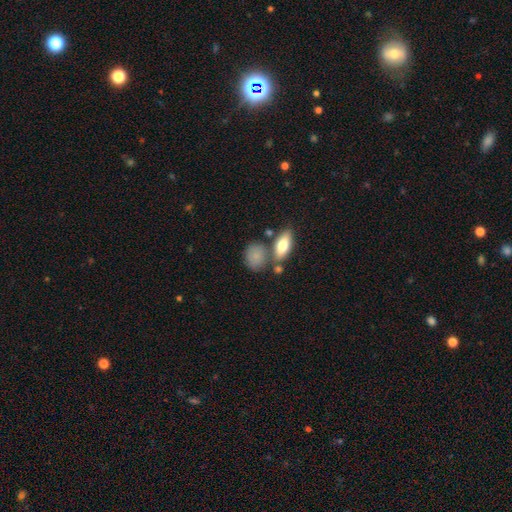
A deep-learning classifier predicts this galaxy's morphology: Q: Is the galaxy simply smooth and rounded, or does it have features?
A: smooth — 82%.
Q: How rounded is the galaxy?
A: in between — 55%.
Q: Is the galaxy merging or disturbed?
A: none — 57%.